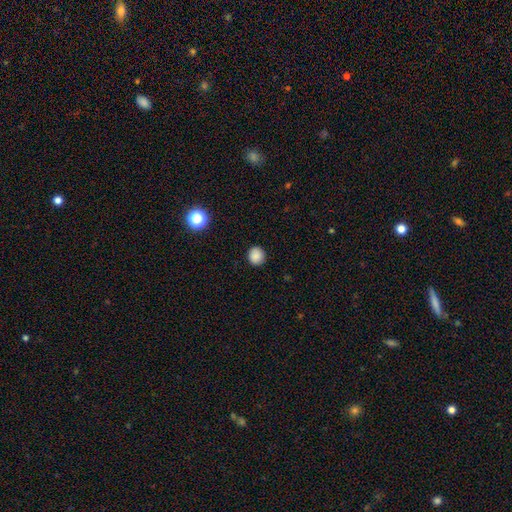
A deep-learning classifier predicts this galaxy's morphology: smooth_or_featured: smooth (p=0.87) [alt: star or artifact p=0.10]
how_rounded: round (p=0.86) [alt: in between p=0.14]
merging: none (p=0.90) [alt: minor disturbance p=0.07]